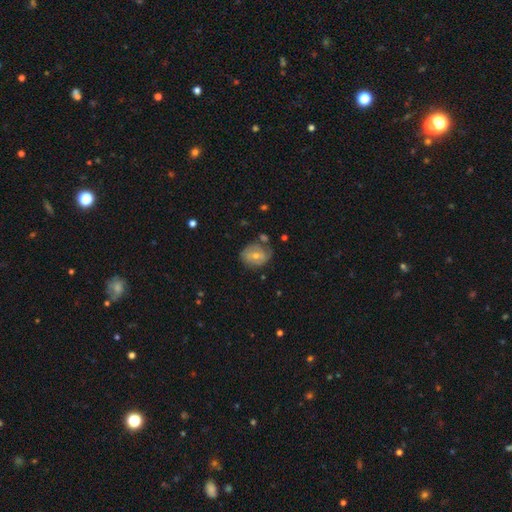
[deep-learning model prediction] A smooth galaxy with no disk features (48%). Merging: none (56%).